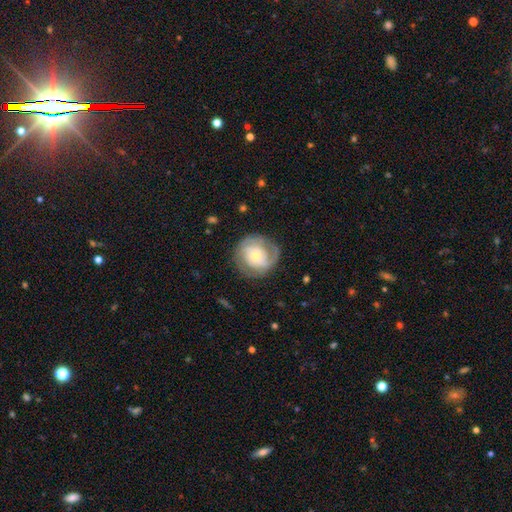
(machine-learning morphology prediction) smooth_or_featured: featured or disk (p=0.79) [alt: smooth p=0.16]
disk_edge_on: no (p=0.98) [alt: yes p=0.02]
bar: no (p=0.72) [alt: weak p=0.23]
has_spiral_arms: yes (p=0.94) [alt: no p=0.06]
spiral_winding: tight (p=0.58) [alt: medium p=0.32]
spiral_arm_count: 2 (p=0.46) [alt: can't tell p=0.21]
bulge_size: small (p=0.57) [alt: moderate p=0.36]
merging: none (p=0.78) [alt: minor disturbance p=0.14]